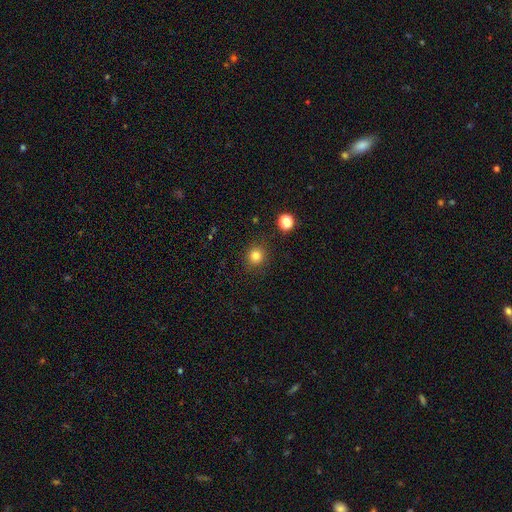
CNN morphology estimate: A smooth galaxy with no disk features (83%) that is round (89%).

Vote fractions:
- Smooth or featured? smooth: 83% / star or artifact: 13% / featured or disk: 5%
- How rounded? round: 89% / in between: 10% / cigar-shaped: 1%
- Merging? none: 88% / minor disturbance: 7% / major disturbance: 3% / merger: 2%